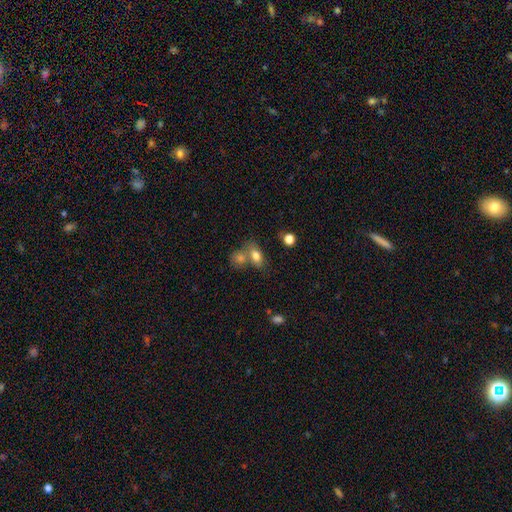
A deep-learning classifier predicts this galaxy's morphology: Smooth or featured: smooth — 79% (featured or disk — 11%)
How rounded: in between — 78% (round — 19%)
Merging: none — 44% (merger — 39%)